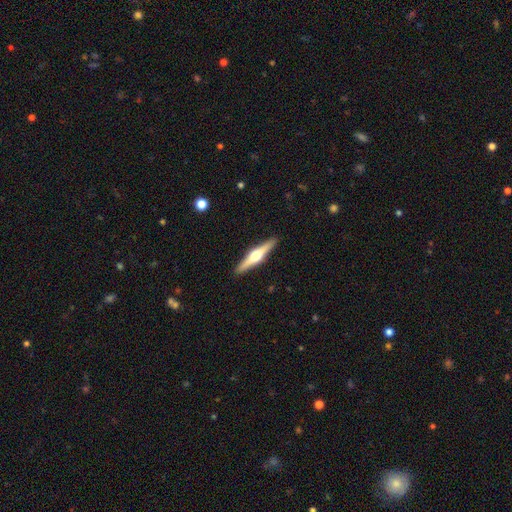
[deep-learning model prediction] Smooth or featured? featured or disk (71%)
Edge-on disk? yes (98%)
Edge-on bulge? rounded (95%)
Merging? none (92%)